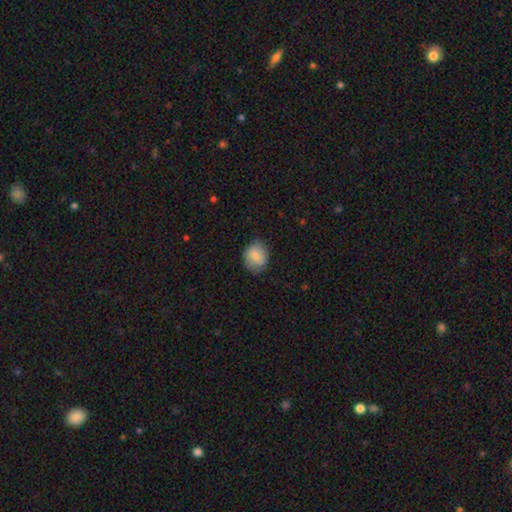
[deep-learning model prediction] Overall: smooth (81%). How rounded: round (62%; in between 37%). Merging: none (80%).